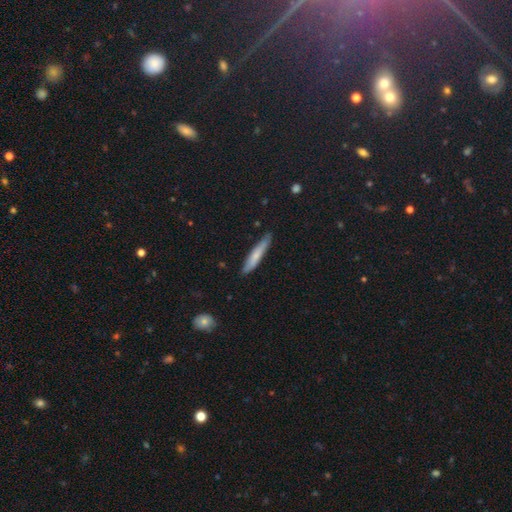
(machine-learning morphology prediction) smooth-or-featured: smooth: 70% | featured or disk: 24% | star or artifact: 6%
  how-rounded: cigar-shaped: 92% | in between: 7% | round: 1%
  merging: none: 82% | minor disturbance: 14% | major disturbance: 2% | merger: 2%